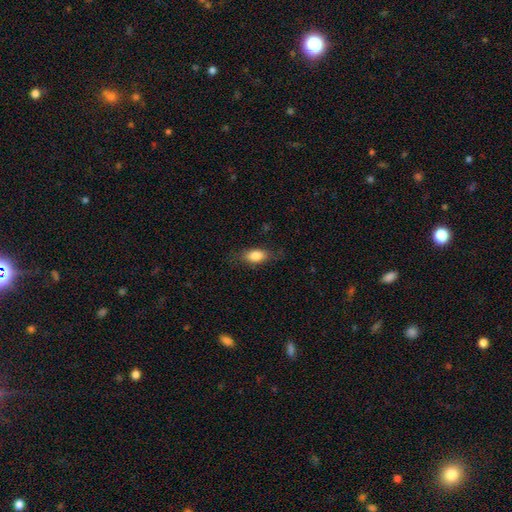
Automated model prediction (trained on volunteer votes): Morphology: type=smooth (82%); roundness=in between (83%); merging=none (76%).